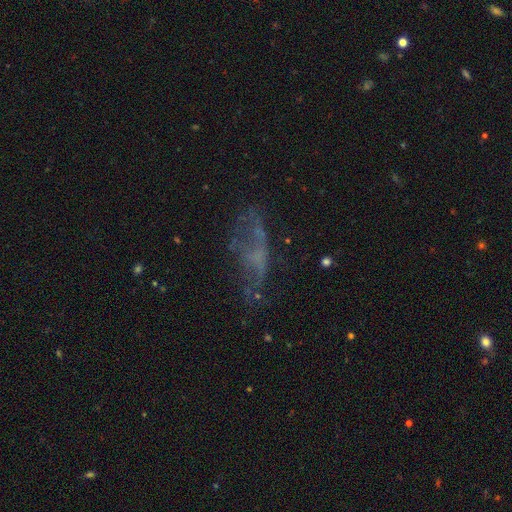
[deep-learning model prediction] Q: Smooth or featured?
A: featured or disk (51%); runner-up: smooth (28%)
Q: Edge-on disk?
A: no (87%); runner-up: yes (13%)
Q: Merging?
A: none (46%); runner-up: major disturbance (30%)